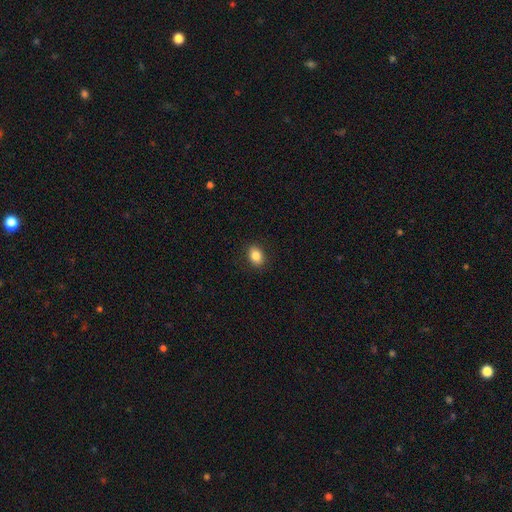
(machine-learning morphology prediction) smooth_or_featured: smooth (p=0.85) [alt: star or artifact p=0.09]
how_rounded: in between (p=0.67) [alt: round p=0.32]
merging: none (p=0.89) [alt: minor disturbance p=0.08]